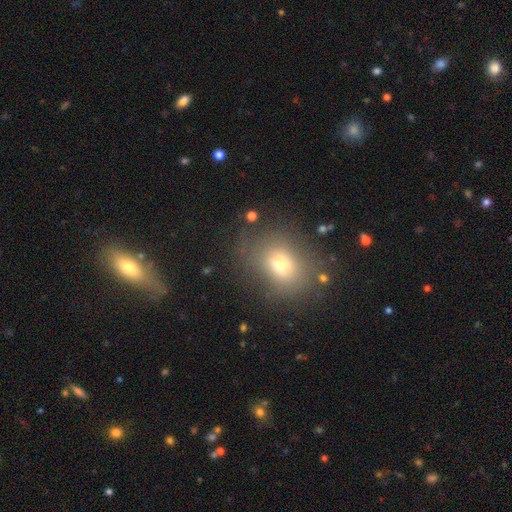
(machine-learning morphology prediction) This is likely a smooth galaxy (66%). How rounded: possibly round (52%). Merging: likely none (79%).